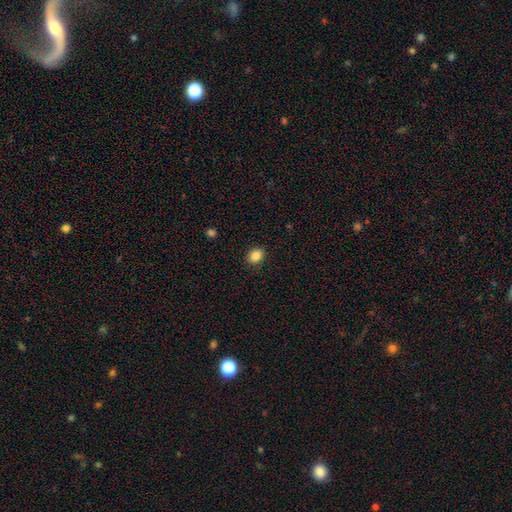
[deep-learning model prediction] A smooth galaxy with no disk features (87%) that is round (52%).

Vote fractions:
- Smooth or featured? smooth: 87% / star or artifact: 10% / featured or disk: 3%
- How rounded? round: 52% / in between: 47% / cigar-shaped: 1%
- Merging? none: 88% / minor disturbance: 8% / major disturbance: 2% / merger: 1%